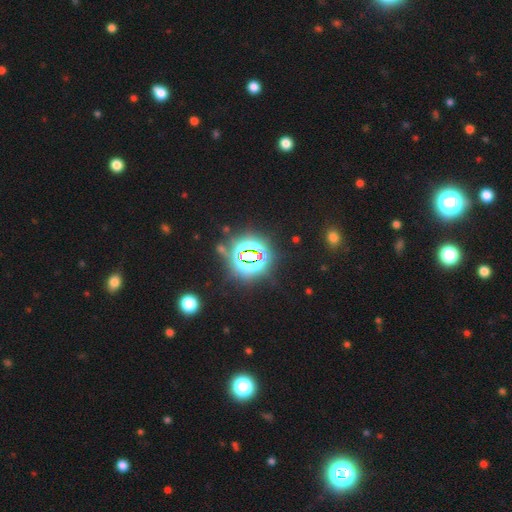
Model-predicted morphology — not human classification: This is clearly a star or artifact rather than a galaxy (81%).